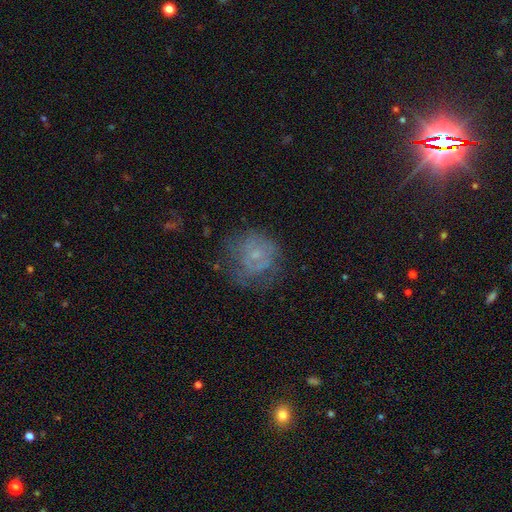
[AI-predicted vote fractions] Q: Smooth or featured?
A: featured or disk (45%); runner-up: smooth (41%)
Q: Merging?
A: none (51%); runner-up: major disturbance (24%)